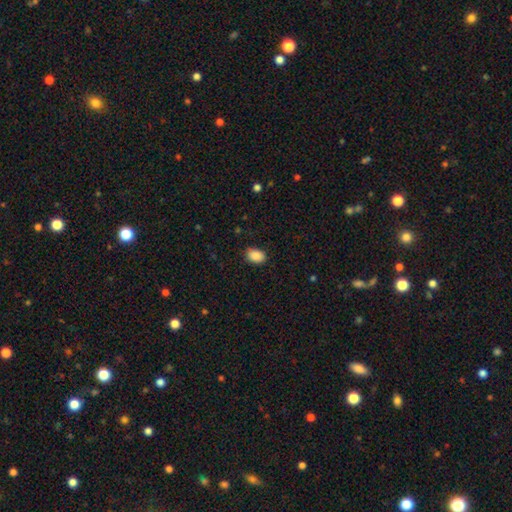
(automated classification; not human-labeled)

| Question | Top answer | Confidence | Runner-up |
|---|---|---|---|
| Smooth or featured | smooth | 89% | star or artifact (8%) |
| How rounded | in between | 80% | round (19%) |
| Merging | none | 85% | minor disturbance (11%) |